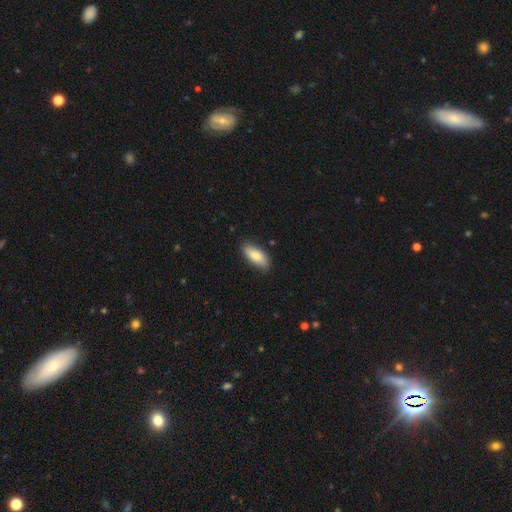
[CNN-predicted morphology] smooth-or-featured: smooth: 83% | featured or disk: 11% | star or artifact: 6%
  how-rounded: in between: 82% | cigar-shaped: 16% | round: 2%
  merging: none: 85% | minor disturbance: 12% | major disturbance: 2% | merger: 1%